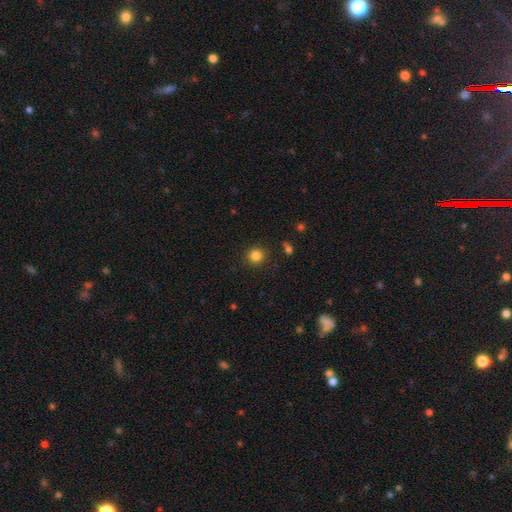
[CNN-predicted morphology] This is clearly a smooth galaxy (84%). How rounded: clearly round (91%). Merging: clearly none (90%).